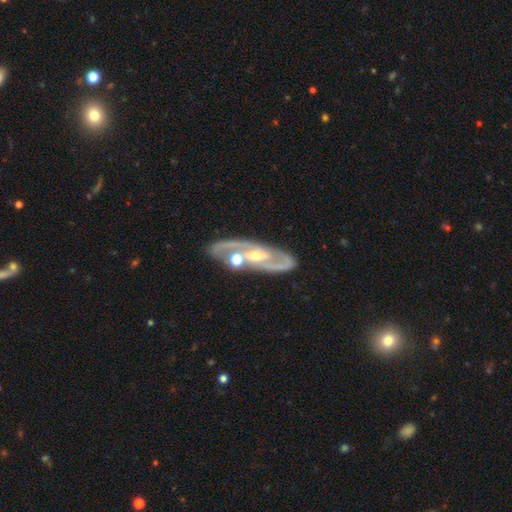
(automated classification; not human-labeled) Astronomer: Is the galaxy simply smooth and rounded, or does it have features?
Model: featured or disk — 88%.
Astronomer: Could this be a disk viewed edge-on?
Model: no — 90%.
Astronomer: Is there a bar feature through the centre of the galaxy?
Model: no — 46% (runner-up: weak, 32%).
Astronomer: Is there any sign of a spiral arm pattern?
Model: yes — 92%.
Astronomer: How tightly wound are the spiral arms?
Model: medium — 51% (runner-up: tight, 31%).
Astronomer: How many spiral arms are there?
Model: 2 — 89%.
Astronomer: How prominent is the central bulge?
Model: moderate — 59% (runner-up: small, 35%).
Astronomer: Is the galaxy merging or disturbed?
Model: none — 69%.